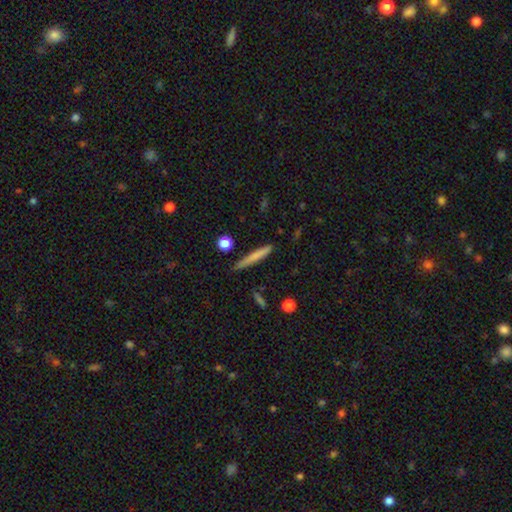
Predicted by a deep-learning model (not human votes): Smooth or featured? Predicted: smooth (p=0.70). How rounded? Predicted: cigar-shaped (p=0.94). Merging? Predicted: none (p=0.81).